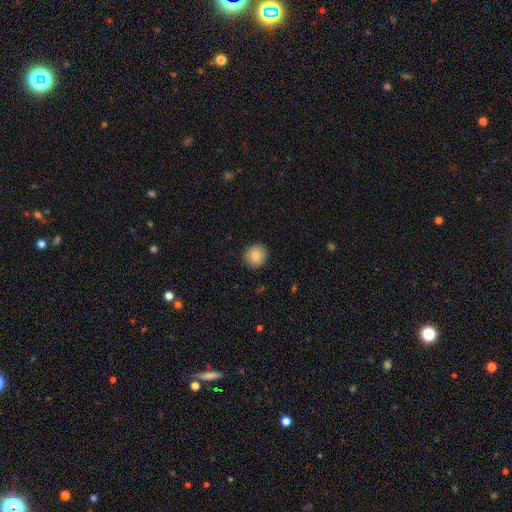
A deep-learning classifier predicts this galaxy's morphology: Smooth or featured? Predicted: smooth (p=0.83). How rounded? Predicted: round (p=0.94). Merging? Predicted: none (p=0.91).